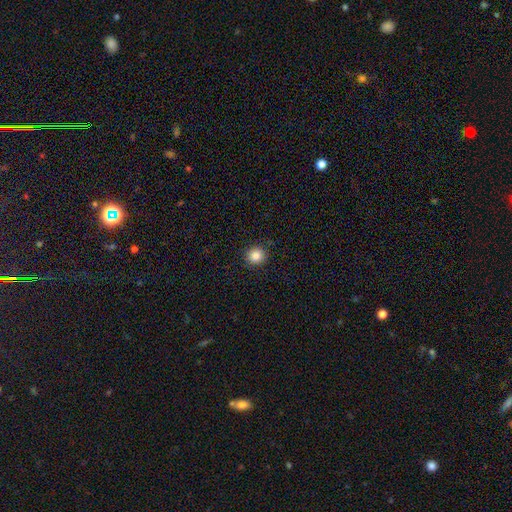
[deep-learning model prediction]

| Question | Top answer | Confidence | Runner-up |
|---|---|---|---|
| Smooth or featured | smooth | 85% | star or artifact (10%) |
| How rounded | round | 92% | in between (7%) |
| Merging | none | 91% | minor disturbance (6%) |